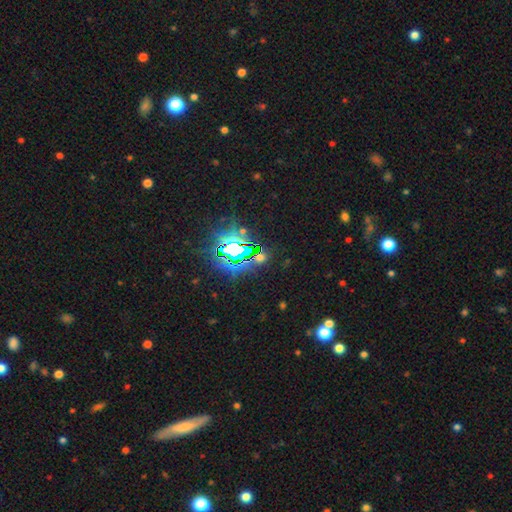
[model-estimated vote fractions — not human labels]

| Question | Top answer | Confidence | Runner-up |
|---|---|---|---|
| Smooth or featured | star or artifact | 81% | smooth (10%) |